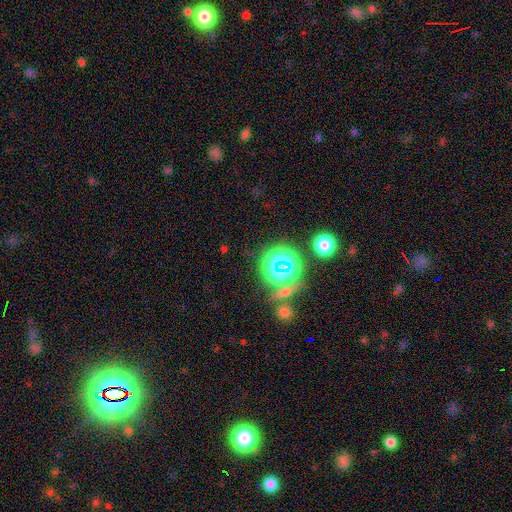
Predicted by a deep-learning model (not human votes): Morphology: type=star or artifact (73%).